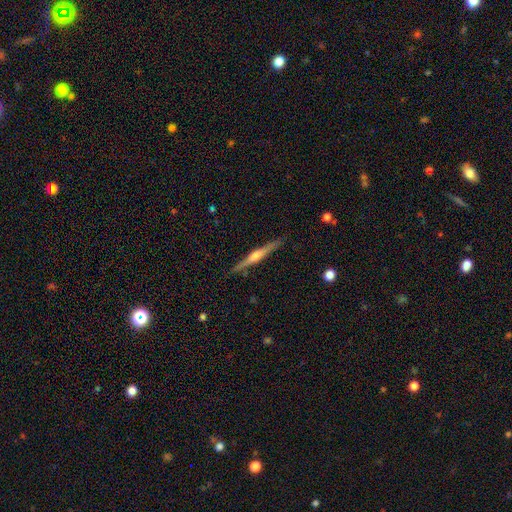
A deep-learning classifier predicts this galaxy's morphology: Overall: featured or disk (77%). Edge-on disk: yes (98%). Edge-on bulge: rounded (83%). Merging: none (91%).